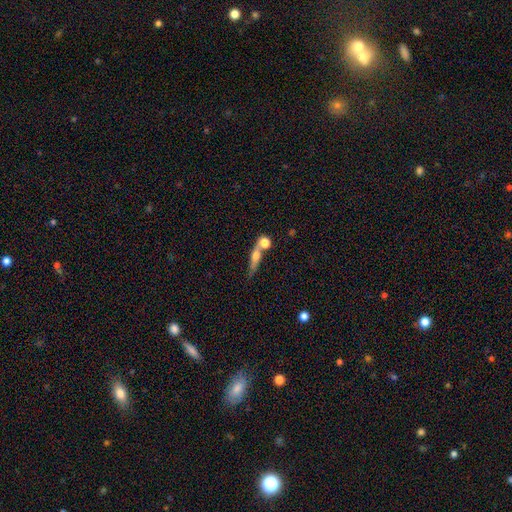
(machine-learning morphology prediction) A smooth galaxy with no disk features (52%) that is cigar-shaped (51%).

Vote fractions:
- Smooth or featured? smooth: 52% / featured or disk: 38% / star or artifact: 9%
- How rounded? cigar-shaped: 51% / in between: 29% / round: 19%
- Merging? none: 42% / merger: 41% / minor disturbance: 11% / major disturbance: 6%